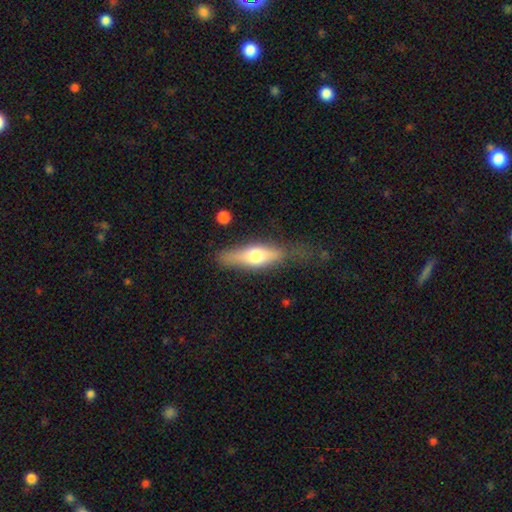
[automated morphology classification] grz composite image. It shows a smooth galaxy with no disk features (58%) that is cigar-shaped (50%). Merging: none (62%).